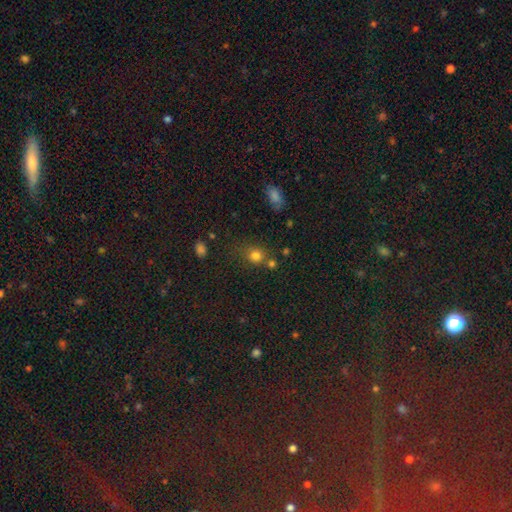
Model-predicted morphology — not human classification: Smooth or featured?
  - smooth: 78% *
  - star or artifact: 15%
  - featured or disk: 7%
How rounded?
  - round: 78% *
  - in between: 21%
  - cigar-shaped: 1%
Merging?
  - none: 61% *
  - merger: 17%
  - minor disturbance: 15%
  - major disturbance: 7%